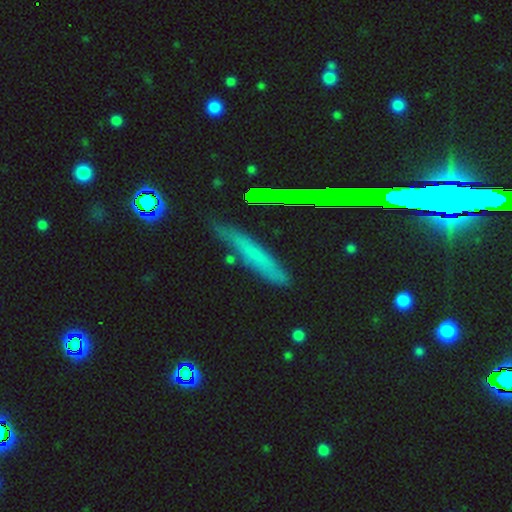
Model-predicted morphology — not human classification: Smooth or featured? Predicted: smooth (p=0.43). Merging? Predicted: none (p=0.80).